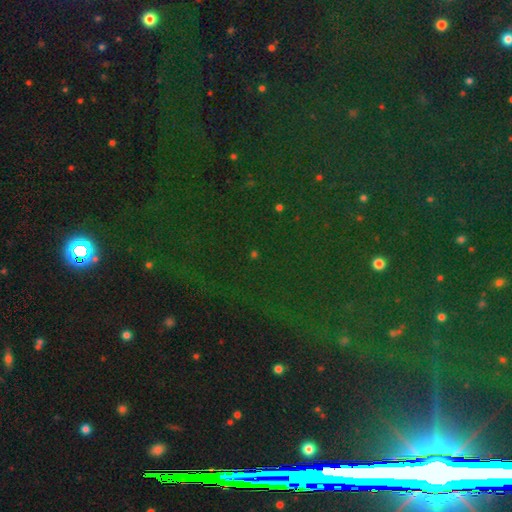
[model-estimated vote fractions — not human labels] Overall: star or artifact (80%).